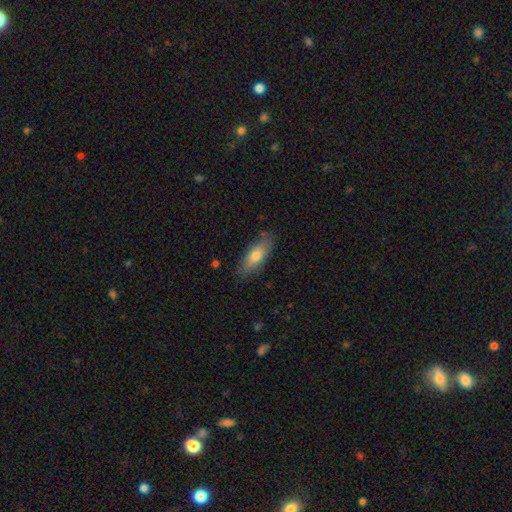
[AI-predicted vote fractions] Morphology: type=smooth (73%); roundness=in between (70%); merging=none (80%).